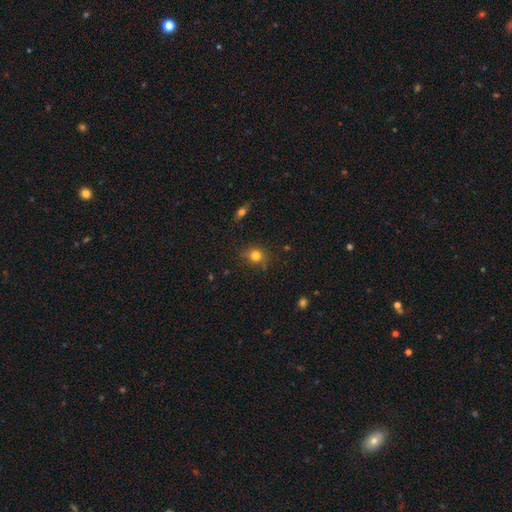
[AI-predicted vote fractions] smooth_or_featured: smooth (p=0.77) [alt: star or artifact p=0.14]
how_rounded: round (p=0.75) [alt: in between p=0.24]
merging: none (p=0.74) [alt: minor disturbance p=0.19]